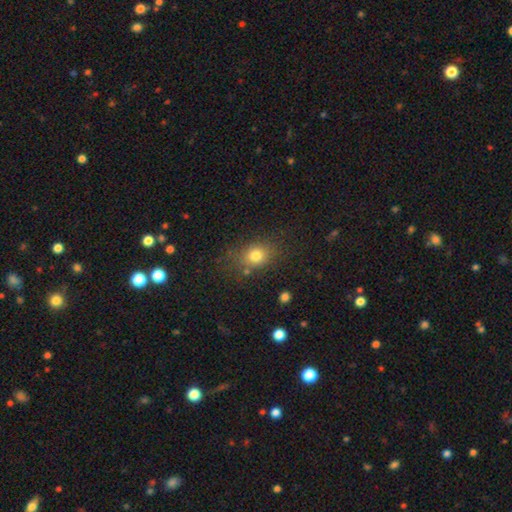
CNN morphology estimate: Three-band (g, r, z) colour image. It shows a smooth galaxy with no disk features (78%) that is round (53%). Merging: none (75%).